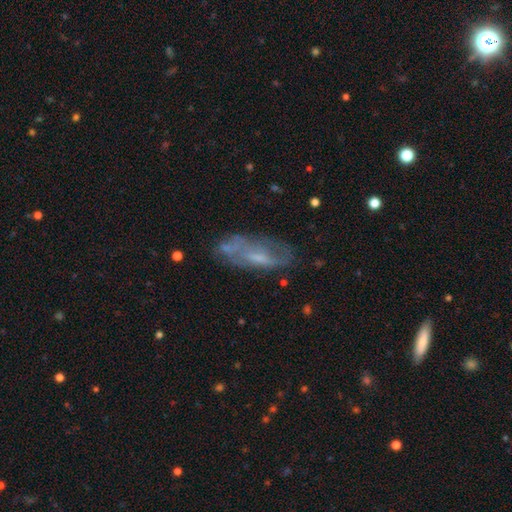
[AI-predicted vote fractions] A featured or disk galaxy (53%).

Vote fractions:
- Smooth or featured? featured or disk: 53% / smooth: 37% / star or artifact: 10%
- Edge-on disk? no: 83% / yes: 17%
- Merging? none: 56% / minor disturbance: 24% / major disturbance: 14% / merger: 6%